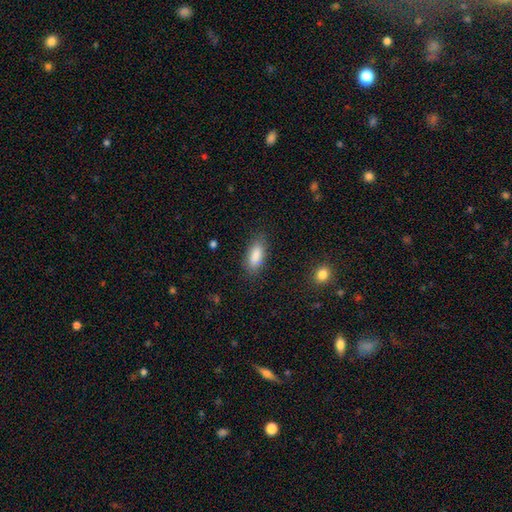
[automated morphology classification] Overall: smooth (87%). How rounded: in between (82%). Merging: none (83%).